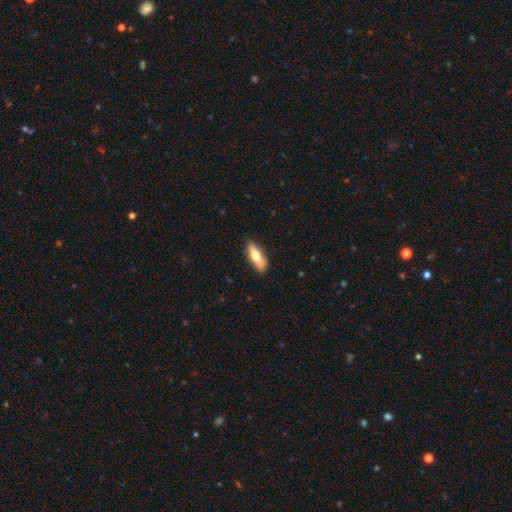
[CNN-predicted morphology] Smooth or featured: smooth — 62% (featured or disk — 32%)
How rounded: in between — 60% (cigar-shaped — 37%)
Merging: none — 81% (minor disturbance — 14%)